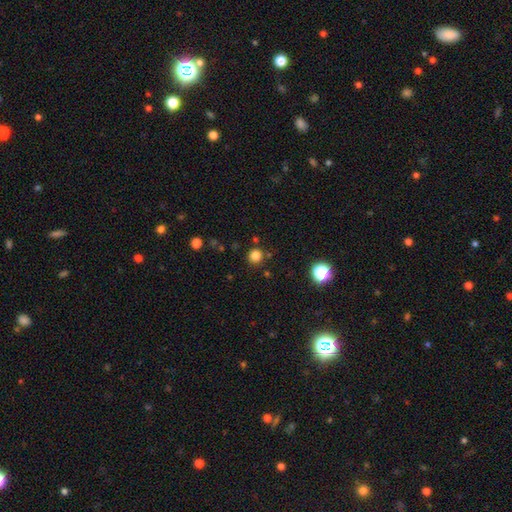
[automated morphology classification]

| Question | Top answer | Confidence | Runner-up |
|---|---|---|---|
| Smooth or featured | smooth | 81% | star or artifact (15%) |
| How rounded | round | 94% | in between (5%) |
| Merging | none | 86% | minor disturbance (7%) |